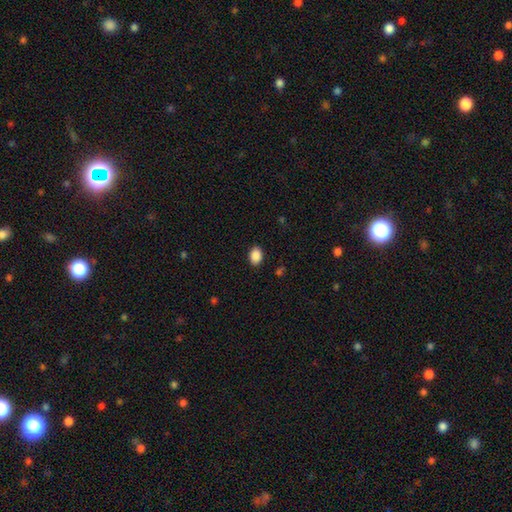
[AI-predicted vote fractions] A smooth galaxy with no disk features (89%) that is in between round and cigar-shaped (73%).

Vote fractions:
- Smooth or featured? smooth: 89% / star or artifact: 8% / featured or disk: 3%
- How rounded? in between: 73% / round: 26% / cigar-shaped: 1%
- Merging? none: 89% / minor disturbance: 8% / major disturbance: 2% / merger: 1%